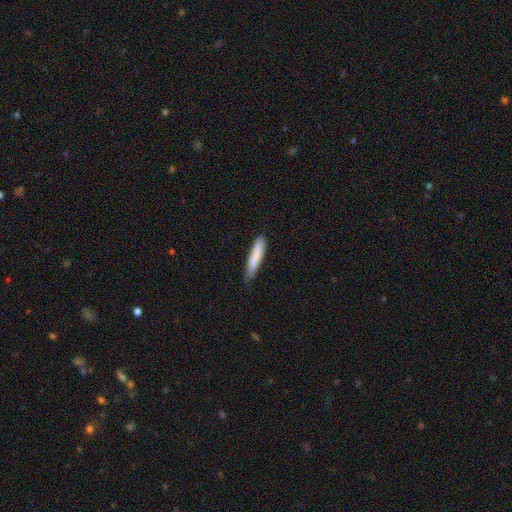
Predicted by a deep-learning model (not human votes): Morphology: type=smooth (83%); roundness=cigar-shaped (88%); merging=none (70%).